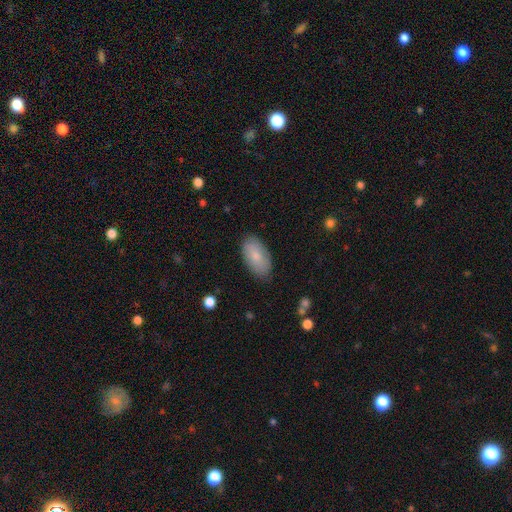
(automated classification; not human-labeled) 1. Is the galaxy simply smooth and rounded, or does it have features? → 81% smooth, 13% featured or disk, 6% star or artifact.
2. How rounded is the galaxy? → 95% in between, 3% round, 2% cigar-shaped.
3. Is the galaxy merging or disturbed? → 84% none, 12% minor disturbance, 3% major disturbance, 1% merger.